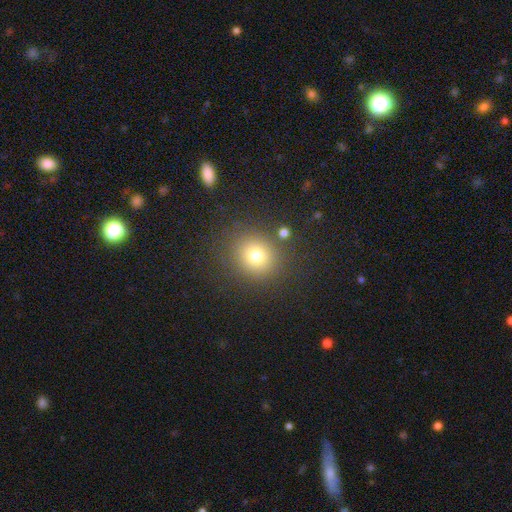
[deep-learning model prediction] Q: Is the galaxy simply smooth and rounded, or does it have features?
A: smooth — 75%.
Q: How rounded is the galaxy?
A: round — 84%.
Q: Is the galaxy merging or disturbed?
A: none — 84%.